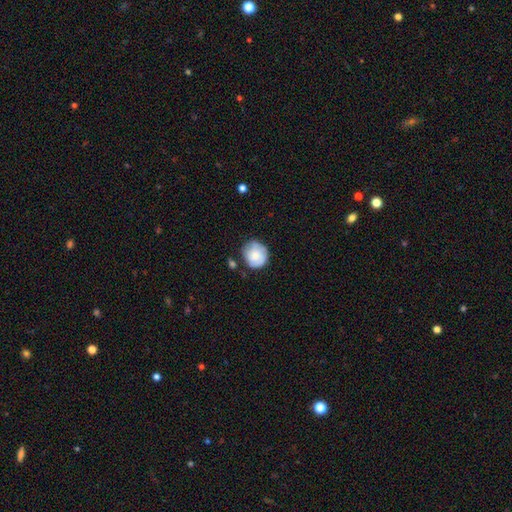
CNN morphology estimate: smooth-or-featured: smooth: 64% | featured or disk: 29% | star or artifact: 7%
  how-rounded: round: 86% | in between: 13% | cigar-shaped: 1%
  merging: none: 67% | minor disturbance: 23% | major disturbance: 5% | merger: 5%